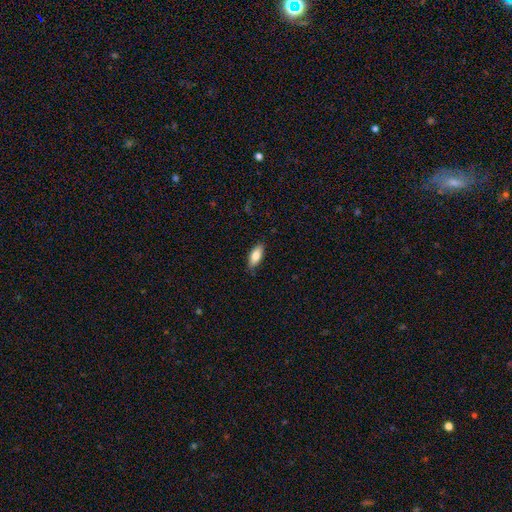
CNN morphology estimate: Overall: smooth (80%). How rounded: in between (78%). Merging: none (84%).